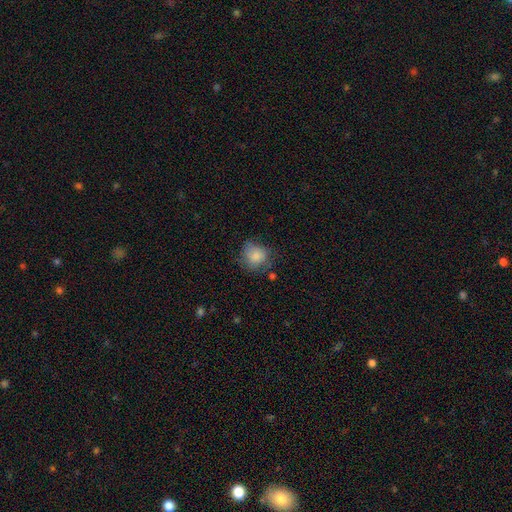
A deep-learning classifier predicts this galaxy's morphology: Q: Smooth or featured?
A: smooth (82%); runner-up: star or artifact (9%)
Q: How rounded?
A: round (72%); runner-up: in between (27%)
Q: Merging?
A: none (57%); runner-up: minor disturbance (29%)